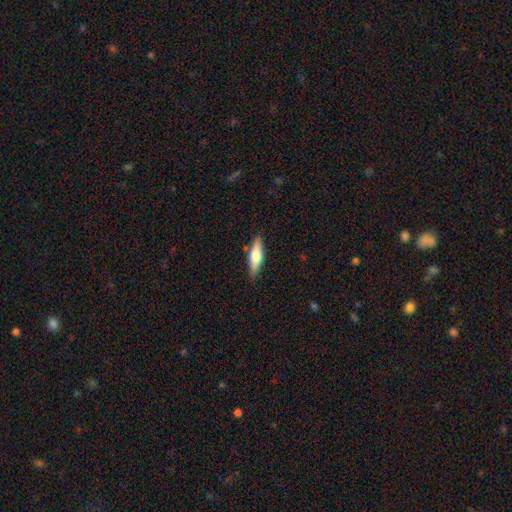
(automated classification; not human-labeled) Morphology: type=smooth (57%); roundness=cigar-shaped (57%); merging=none (84%).